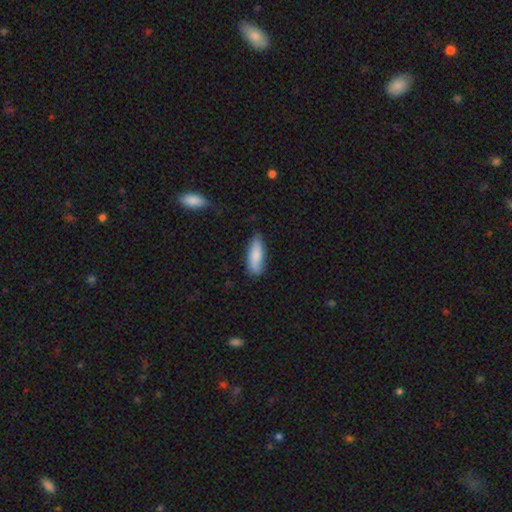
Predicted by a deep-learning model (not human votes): smooth_or_featured: smooth (p=0.83) [alt: featured or disk p=0.12]
how_rounded: in between (p=0.63) [alt: cigar-shaped p=0.35]
merging: none (p=0.74) [alt: minor disturbance p=0.21]